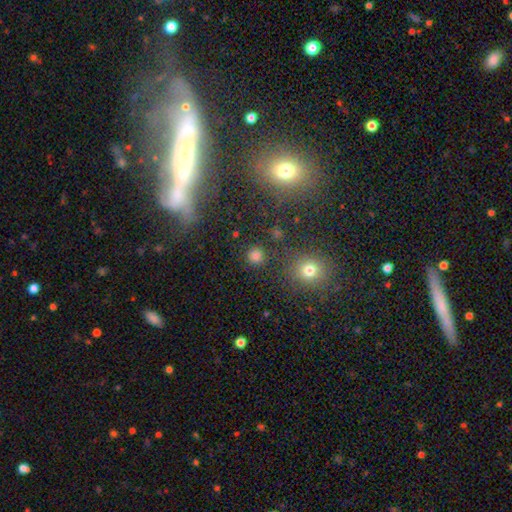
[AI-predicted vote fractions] smooth 77%, star or artifact 19%, featured or disk 4%. Down the decision tree: how rounded — round (92%); merging — none (88%).